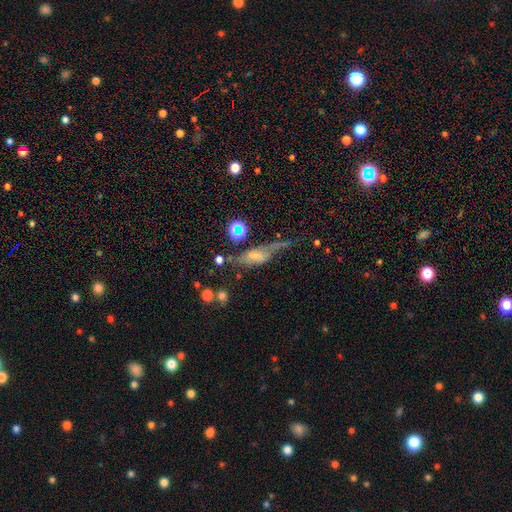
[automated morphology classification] The model was most divided on "merging": none: 33%, major disturbance: 32%, minor disturbance: 25%, merger: 10%. Remaining: smooth or featured — featured or disk (45%).